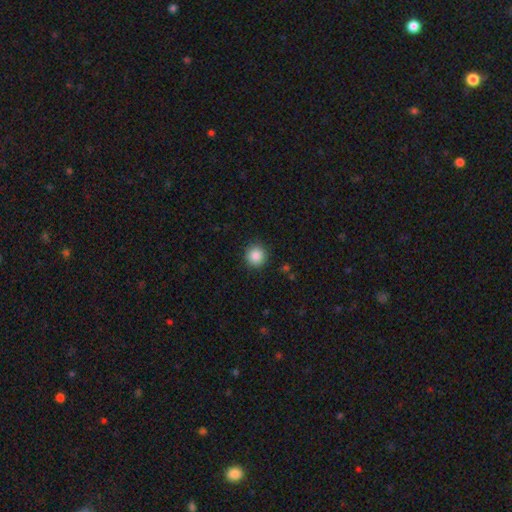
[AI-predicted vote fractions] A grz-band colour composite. It shows a smooth galaxy with no disk features (87%) that is round (93%). Merging: none (90%).